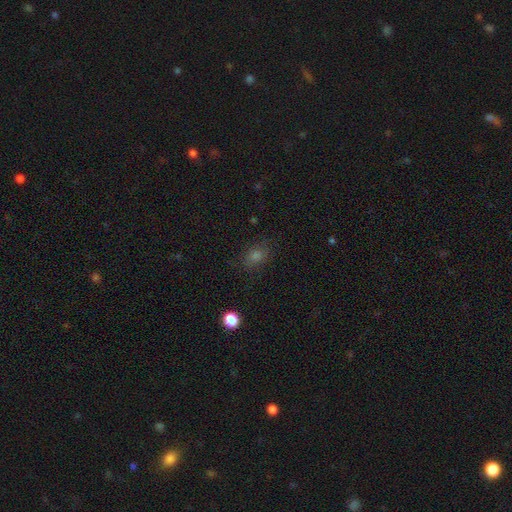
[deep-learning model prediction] Q: Smooth or featured?
A: smooth (64%); runner-up: star or artifact (26%)
Q: How rounded?
A: in between (57%); runner-up: round (41%)
Q: Merging?
A: none (80%); runner-up: minor disturbance (13%)